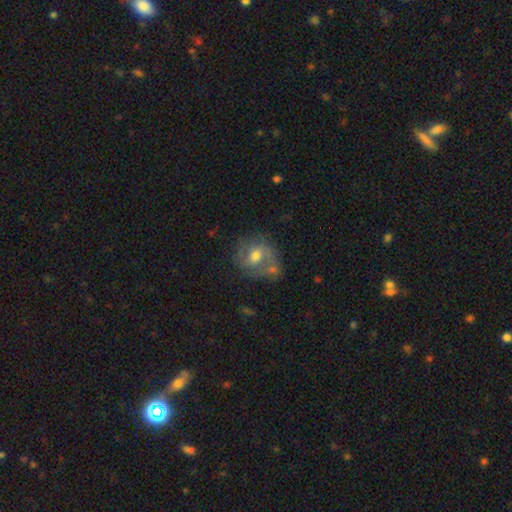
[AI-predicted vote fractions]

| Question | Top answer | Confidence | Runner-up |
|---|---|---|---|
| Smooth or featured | featured or disk | 62% | smooth (27%) |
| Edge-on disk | no | 97% | yes (3%) |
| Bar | no | 46% | weak (44%) |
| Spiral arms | yes | 78% | no (22%) |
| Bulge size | moderate | 71% | small (20%) |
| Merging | none | 54% | minor disturbance (19%) |